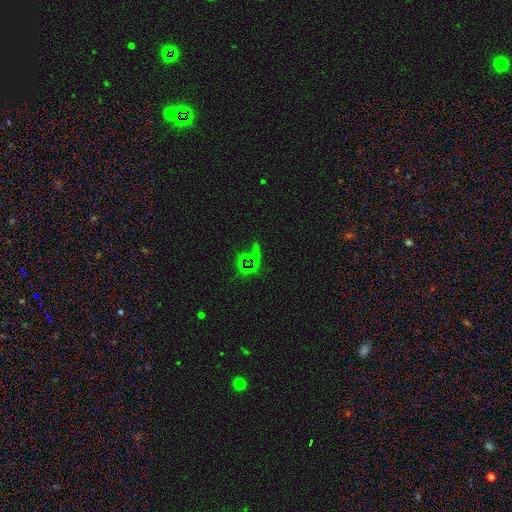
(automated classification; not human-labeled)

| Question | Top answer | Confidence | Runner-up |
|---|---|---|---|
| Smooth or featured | star or artifact | 59% | smooth (24%) |